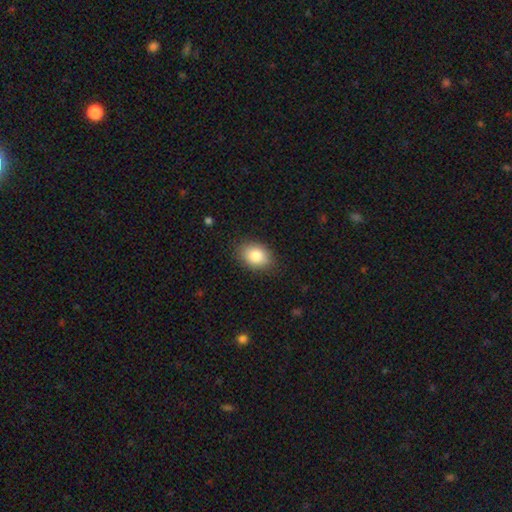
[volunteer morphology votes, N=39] Smooth or featured: smooth — 82% (star or artifact — 10%)
How rounded: in between — 88% (round — 12%)
Merging: none — 91% (minor disturbance — 6%)